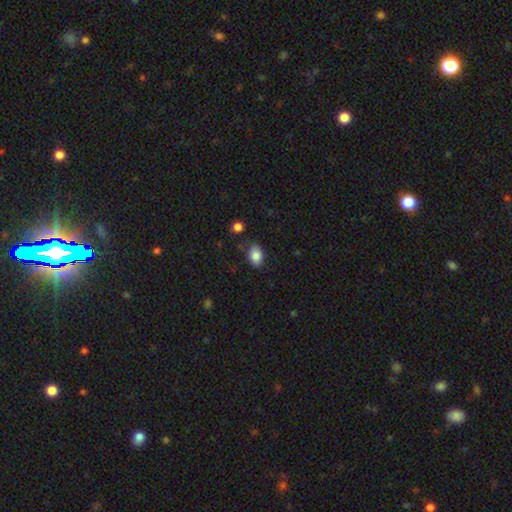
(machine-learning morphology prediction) Smooth or featured: smooth — 84% (star or artifact — 8%)
How rounded: in between — 86% (round — 13%)
Merging: none — 78% (minor disturbance — 16%)